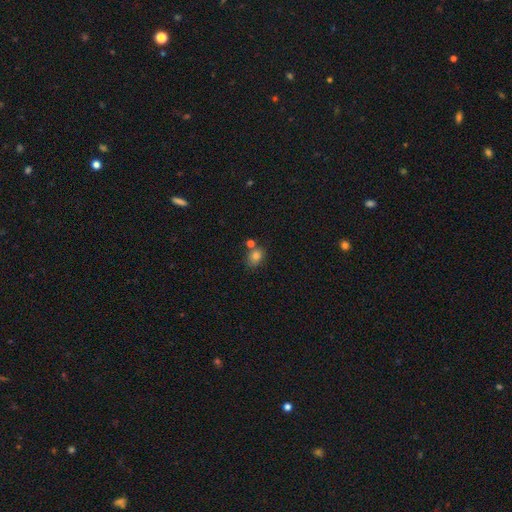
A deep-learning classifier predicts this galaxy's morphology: This is clearly a smooth galaxy (80%). How rounded: likely in between (62%). Merging: likely none (62%).